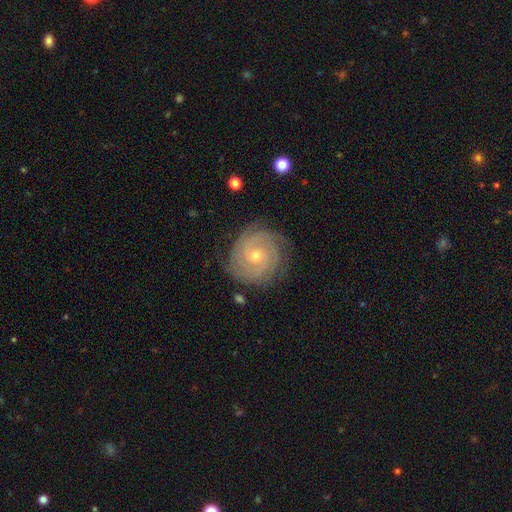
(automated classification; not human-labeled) Smooth or featured: featured or disk — 85% (smooth — 9%)
Edge-on disk: no — 98% (yes — 2%)
Bar: no — 70% (weak — 25%)
Spiral arms: yes — 97% (no — 3%)
Spiral winding: tight — 81% (medium — 16%)
Spiral arm count: 3 — 27% (can't tell — 24%)
Bulge size: small — 58% (moderate — 40%)
Merging: none — 83% (minor disturbance — 12%)